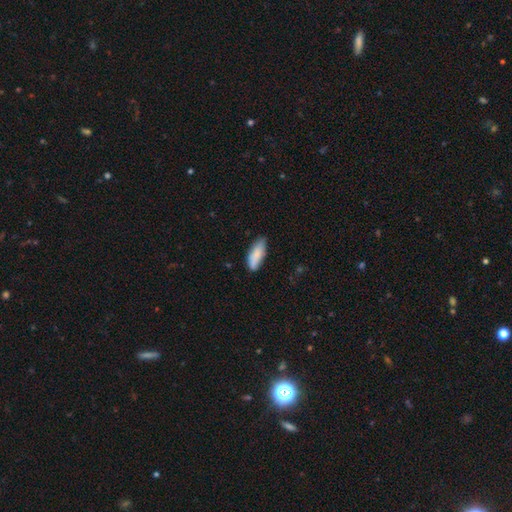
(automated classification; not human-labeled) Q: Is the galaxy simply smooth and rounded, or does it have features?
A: smooth — 83%.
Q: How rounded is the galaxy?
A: in between — 68%.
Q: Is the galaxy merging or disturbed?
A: none — 70%.